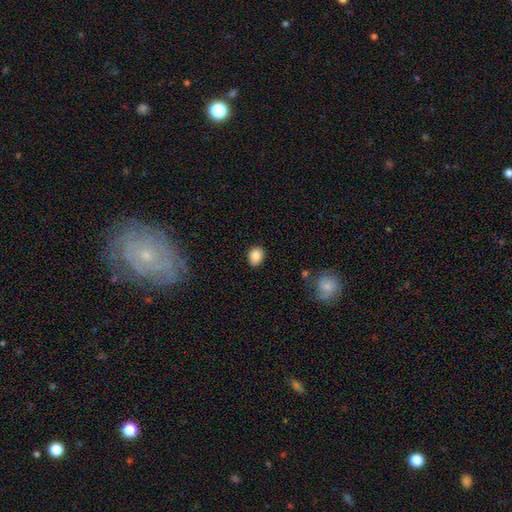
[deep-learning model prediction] Overall: smooth (86%). How rounded: in between (51%; round 48%). Merging: none (83%).